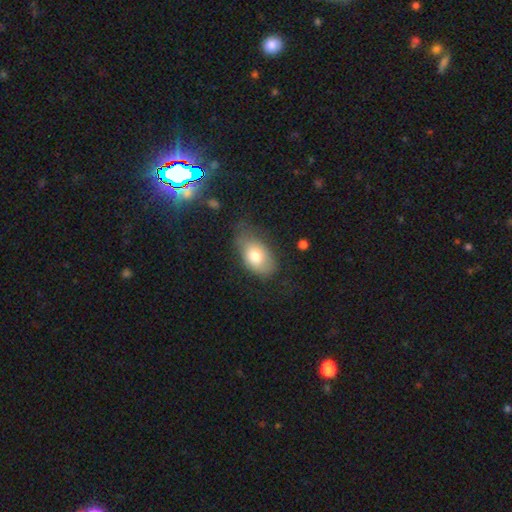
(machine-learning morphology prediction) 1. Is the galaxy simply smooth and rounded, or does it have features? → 74% smooth, 17% featured or disk, 8% star or artifact.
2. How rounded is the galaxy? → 86% in between, 12% round, 2% cigar-shaped.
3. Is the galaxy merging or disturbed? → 48% none, 34% minor disturbance, 15% major disturbance, 2% merger.